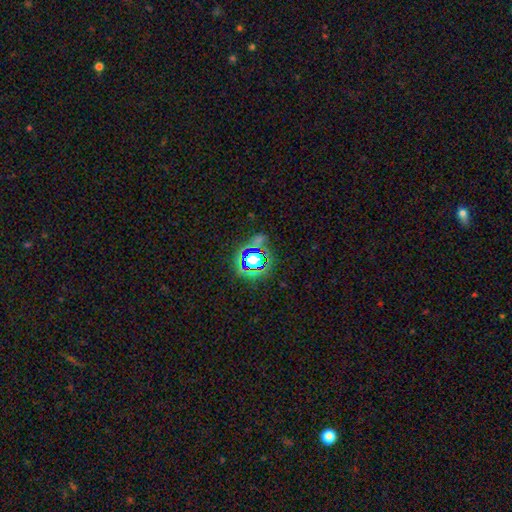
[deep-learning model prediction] Q: Smooth or featured?
A: star or artifact (73%); runner-up: smooth (18%)